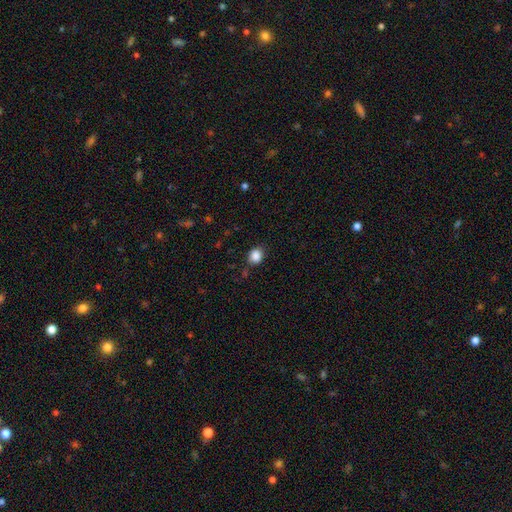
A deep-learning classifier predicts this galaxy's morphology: smooth-or-featured: smooth: 87% | star or artifact: 10% | featured or disk: 3%
  how-rounded: round: 63% | in between: 36% | cigar-shaped: 1%
  merging: none: 83% | minor disturbance: 12% | major disturbance: 3% | merger: 2%